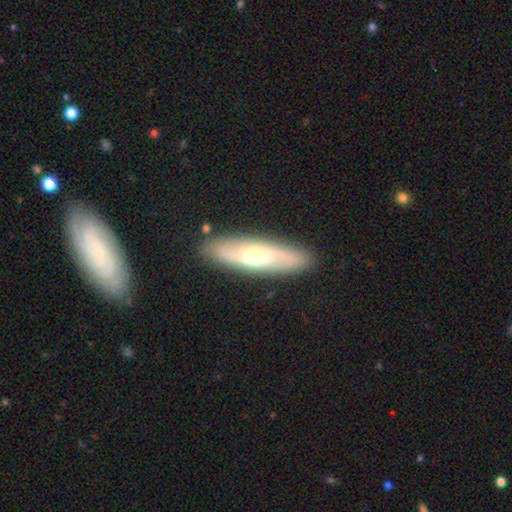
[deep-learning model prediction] smooth-or-featured: featured or disk: 55% | smooth: 40% | star or artifact: 6%
  disk-edge-on: no: 66% | yes: 34%
  merging: none: 88% | minor disturbance: 9% | major disturbance: 2% | merger: 2%